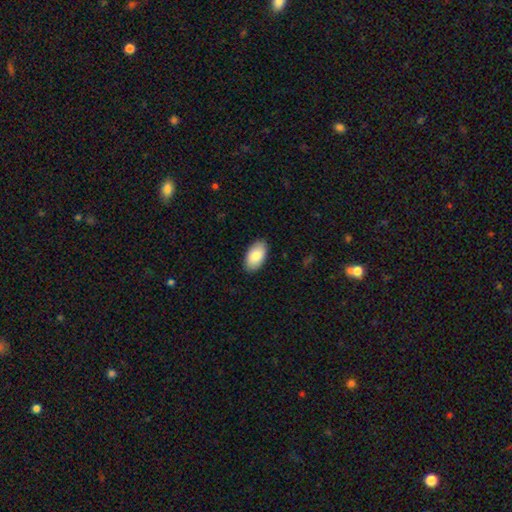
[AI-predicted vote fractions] The model was most divided on "smooth or featured": smooth: 86%, featured or disk: 8%, star or artifact: 6%. More confident: how rounded — in between (96%); merging — none (89%).